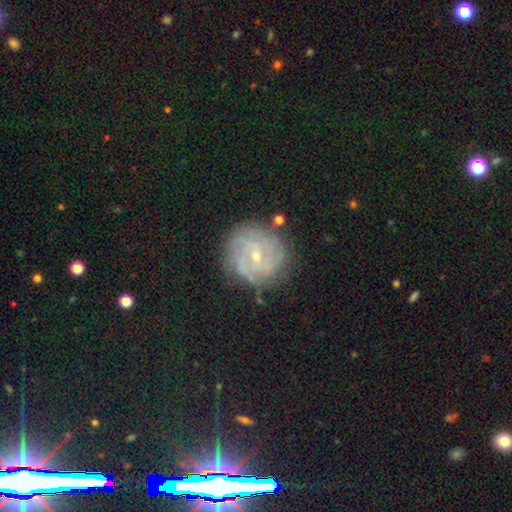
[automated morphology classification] Q: Smooth or featured?
A: featured or disk (80%); runner-up: smooth (11%)
Q: Edge-on disk?
A: no (98%); runner-up: yes (2%)
Q: Bar?
A: no (59%); runner-up: weak (34%)
Q: Spiral arms?
A: yes (96%); runner-up: no (4%)
Q: Spiral winding?
A: tight (67%); runner-up: medium (26%)
Q: Spiral arm count?
A: can't tell (29%); runner-up: 3 (22%)
Q: Bulge size?
A: small (74%); runner-up: moderate (23%)
Q: Merging?
A: none (82%); runner-up: minor disturbance (13%)